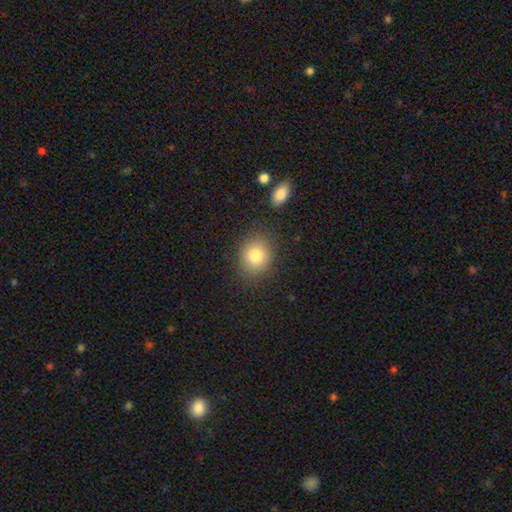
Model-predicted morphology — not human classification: smooth_or_featured: smooth (p=0.81) [alt: star or artifact p=0.10]
how_rounded: round (p=0.67) [alt: in between p=0.32]
merging: none (p=0.83) [alt: minor disturbance p=0.11]